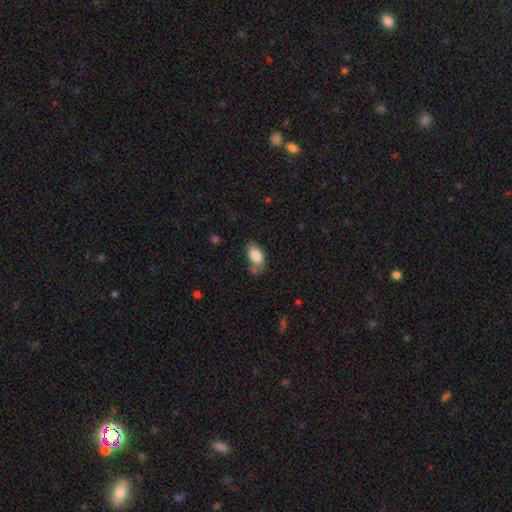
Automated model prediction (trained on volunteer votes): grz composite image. It shows a smooth galaxy with no disk features (85%) that is in between round and cigar-shaped (93%). Merging: none (57%).